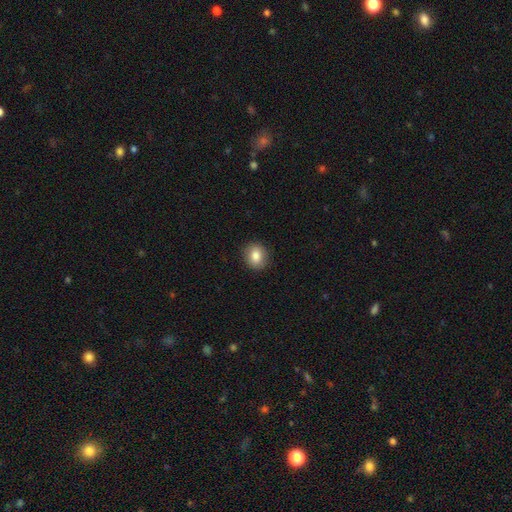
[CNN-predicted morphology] This is clearly a smooth galaxy (83%). How rounded: likely round (70%). Merging: clearly none (90%).